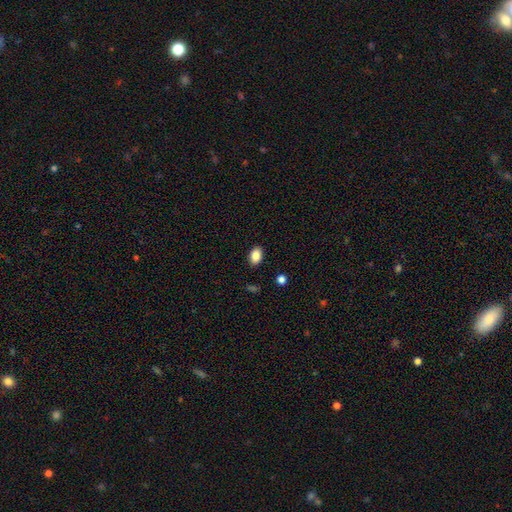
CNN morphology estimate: Q: Smooth or featured?
A: smooth (86%); runner-up: star or artifact (8%)
Q: How rounded?
A: in between (83%); runner-up: round (16%)
Q: Merging?
A: none (88%); runner-up: minor disturbance (8%)